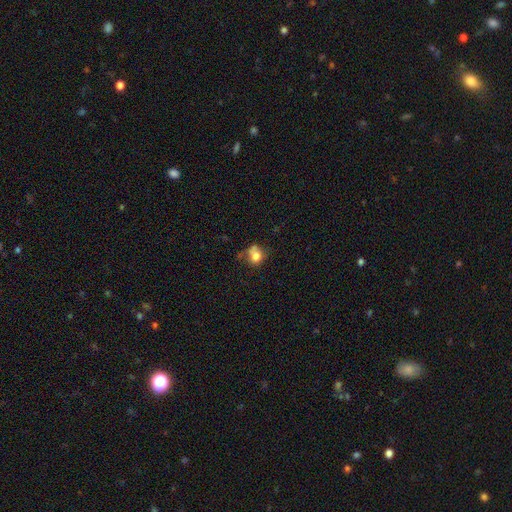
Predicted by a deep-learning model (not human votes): smooth_or_featured: smooth (p=0.75) [alt: featured or disk p=0.14]
how_rounded: round (p=0.69) [alt: in between p=0.30]
merging: none (p=0.45) [alt: minor disturbance p=0.24]